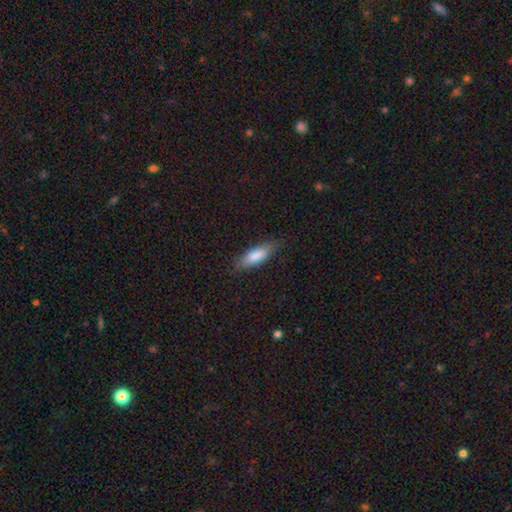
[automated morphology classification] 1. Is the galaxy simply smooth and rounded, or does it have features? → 80% smooth, 14% featured or disk, 6% star or artifact.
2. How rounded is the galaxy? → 59% in between, 39% cigar-shaped, 2% round.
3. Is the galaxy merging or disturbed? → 80% none, 16% minor disturbance, 3% major disturbance, 1% merger.